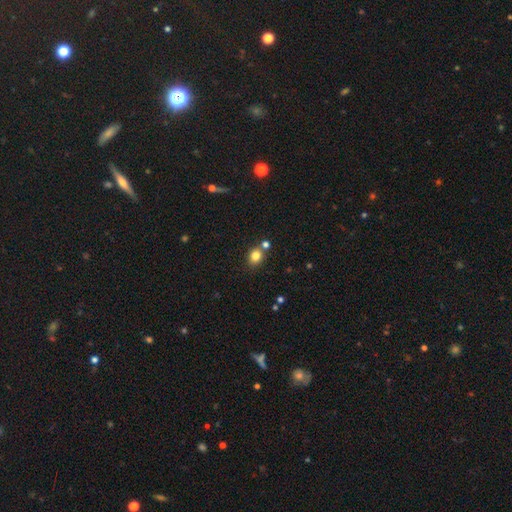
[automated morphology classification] A smooth galaxy with no disk features (81%) that is round (54%).

Vote fractions:
- Smooth or featured? smooth: 81% / star or artifact: 12% / featured or disk: 7%
- How rounded? round: 54% / in between: 45% / cigar-shaped: 1%
- Merging? none: 71% / merger: 15% / minor disturbance: 11% / major disturbance: 3%